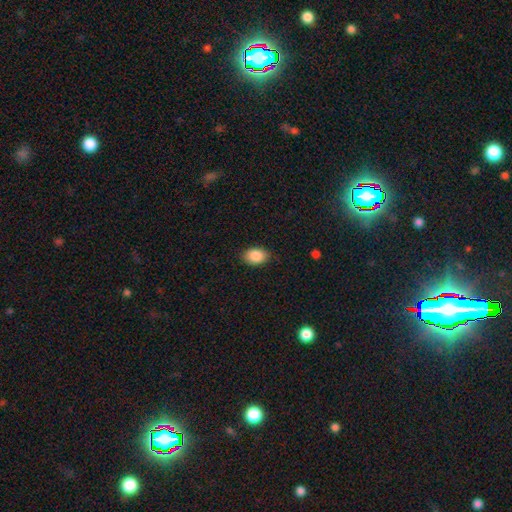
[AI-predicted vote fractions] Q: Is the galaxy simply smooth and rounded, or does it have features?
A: smooth — 88%.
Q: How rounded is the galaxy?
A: in between — 82%.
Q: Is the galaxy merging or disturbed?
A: none — 83%.